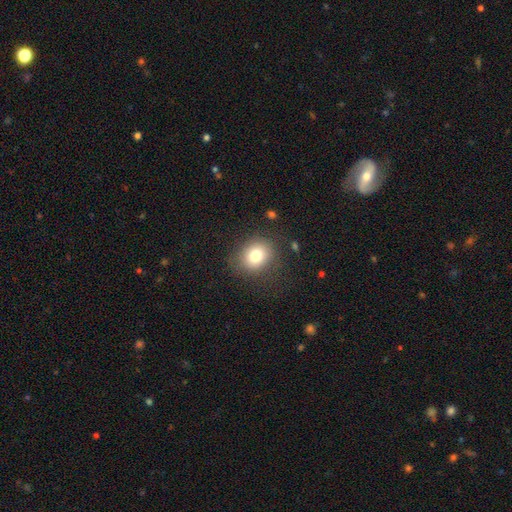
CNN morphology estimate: Smooth or featured? Predicted: smooth (p=0.78). How rounded? Predicted: round (p=0.66). Merging? Predicted: none (p=0.82).